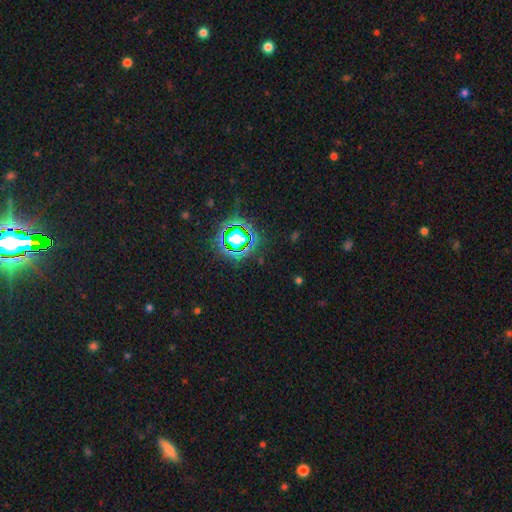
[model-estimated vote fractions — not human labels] Smooth or featured: star or artifact — 76% (smooth — 16%)